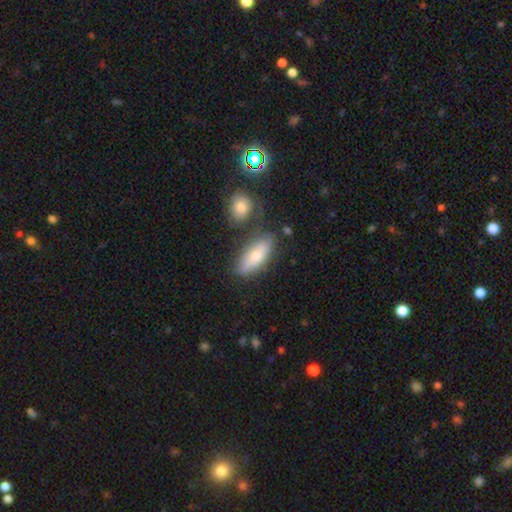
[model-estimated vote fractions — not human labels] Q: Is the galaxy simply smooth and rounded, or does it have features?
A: smooth — 73%.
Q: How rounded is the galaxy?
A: in between — 71%.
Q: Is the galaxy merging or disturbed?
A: none — 69%.